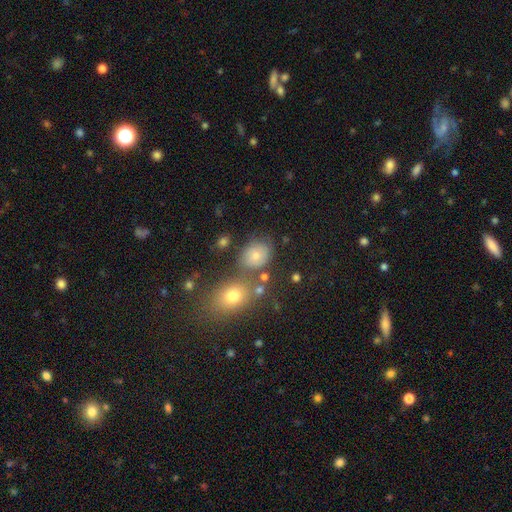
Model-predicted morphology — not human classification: This appears to be a smooth galaxy with no disk features (72%) that is round (50%). Merging: none (64%).